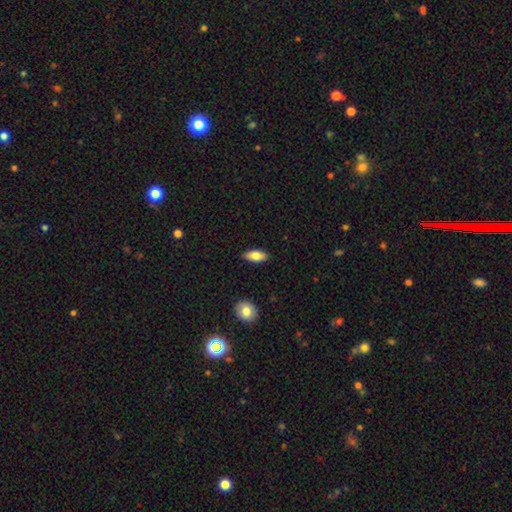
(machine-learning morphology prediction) Q: Smooth or featured?
A: smooth (80%); runner-up: featured or disk (13%)
Q: How rounded?
A: in between (86%); runner-up: cigar-shaped (12%)
Q: Merging?
A: none (88%); runner-up: minor disturbance (8%)